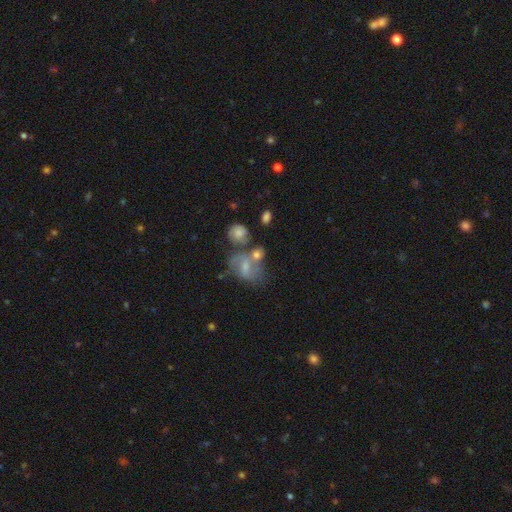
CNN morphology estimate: A featured or disk galaxy (43%).

Vote fractions:
- Smooth or featured? featured or disk: 43% / smooth: 41% / star or artifact: 15%
- Merging? none: 42% / merger: 29% / minor disturbance: 18% / major disturbance: 12%